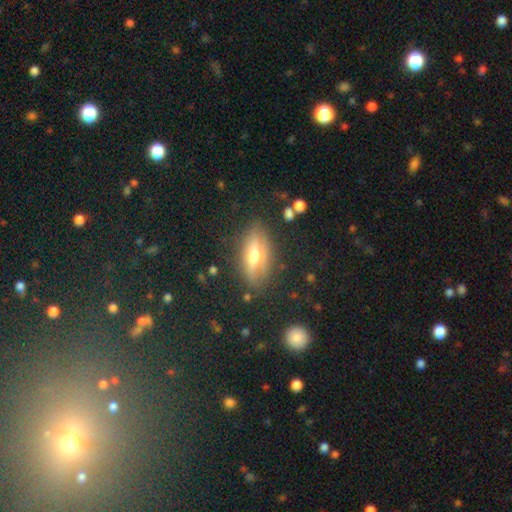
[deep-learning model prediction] The model was most divided on "smooth or featured": featured or disk: 52%, smooth: 36%, star or artifact: 12%. More confident: merging — none (81%); edge-on disk — yes (79%).